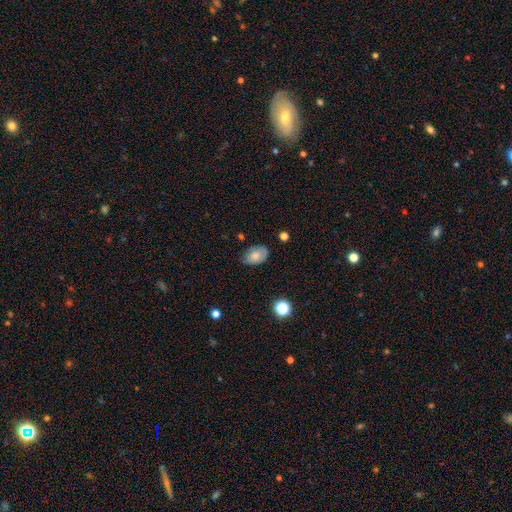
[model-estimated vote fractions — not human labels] smooth-or-featured: smooth: 76% | featured or disk: 16% | star or artifact: 9%
  how-rounded: in between: 86% | round: 13% | cigar-shaped: 1%
  merging: none: 66% | minor disturbance: 27% | major disturbance: 5% | merger: 2%